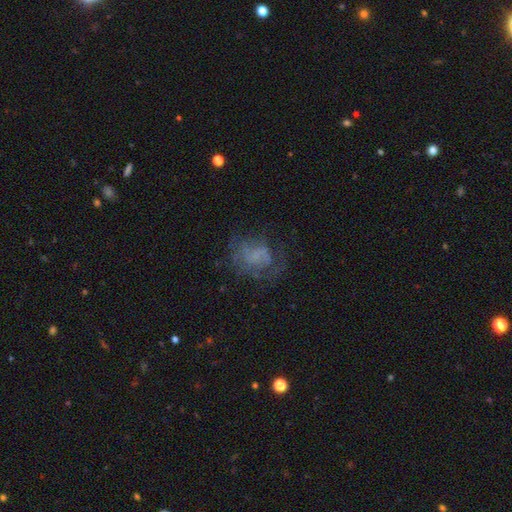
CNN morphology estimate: Smooth or featured?
  - featured or disk: 47% *
  - smooth: 36%
  - star or artifact: 17%
Merging?
  - none: 49% *
  - major disturbance: 28%
  - minor disturbance: 21%
  - merger: 2%